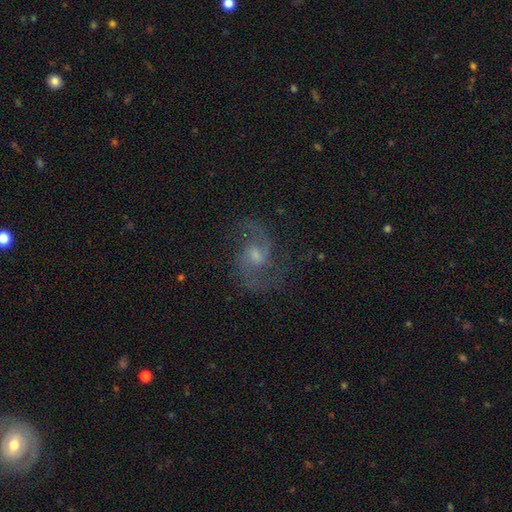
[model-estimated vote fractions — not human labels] smooth-or-featured: featured or disk: 86% | star or artifact: 7% | smooth: 7%
  disk-edge-on: no: 98% | yes: 2%
    bar: weak: 54% | no: 38% | strong: 8%
    has-spiral-arms: yes: 97% | no: 3%
      spiral-winding: medium: 53% | loose: 37% | tight: 10%
      spiral-arm-count: 2: 91% | can't tell: 3% | 1: 2% | 3: 2% | 4: 1% | more than 4: 1%
    bulge-size: moderate: 44% | small: 40% | none: 9% | large: 6% | dominant: 1%
  merging: none: 73% | minor disturbance: 16% | major disturbance: 10% | merger: 2%